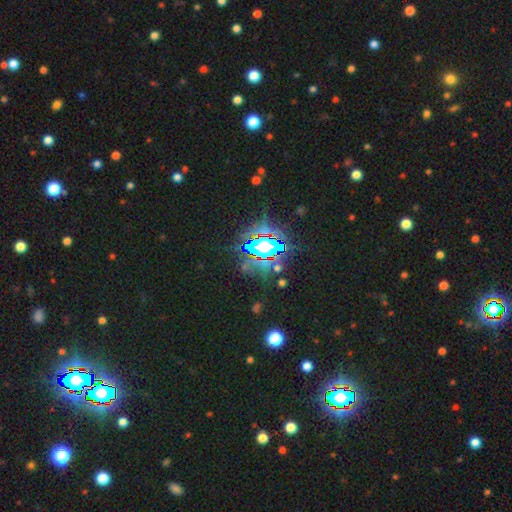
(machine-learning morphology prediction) Smooth or featured? Predicted: star or artifact (p=0.85).